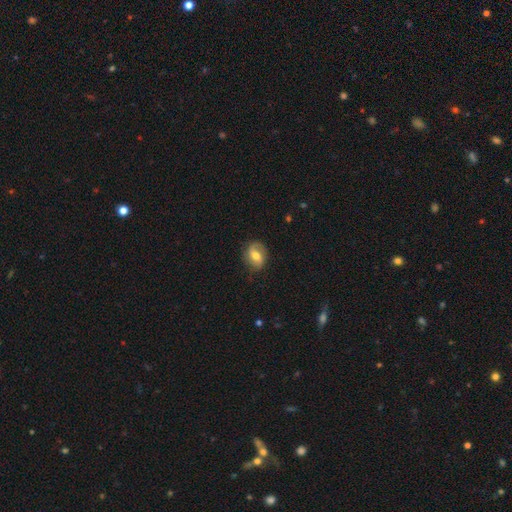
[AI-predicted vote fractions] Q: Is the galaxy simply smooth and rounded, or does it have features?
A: featured or disk — 49%.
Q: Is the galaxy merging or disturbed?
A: none — 76%.